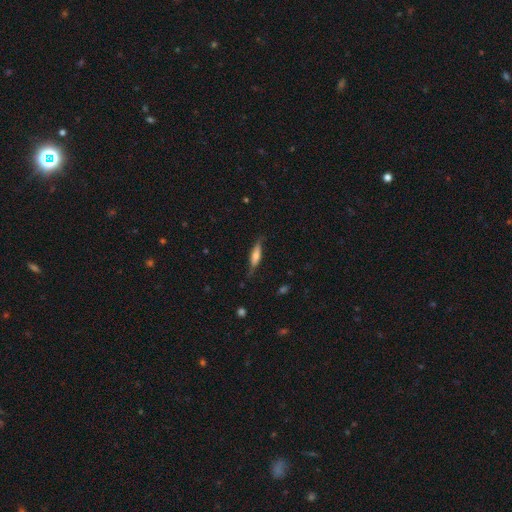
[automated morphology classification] Smooth or featured? smooth (51%)
How rounded? cigar-shaped (70%)
Merging? none (73%)